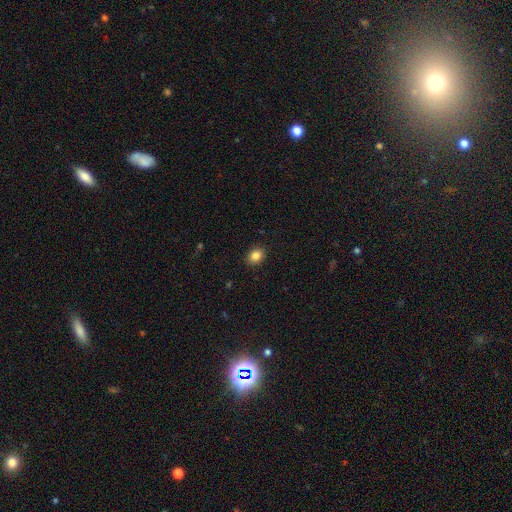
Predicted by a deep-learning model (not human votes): Smooth or featured?
  - smooth: 85% *
  - star or artifact: 10%
  - featured or disk: 5%
How rounded?
  - in between: 53% *
  - round: 46%
  - cigar-shaped: 1%
Merging?
  - none: 90% *
  - minor disturbance: 7%
  - major disturbance: 2%
  - merger: 1%